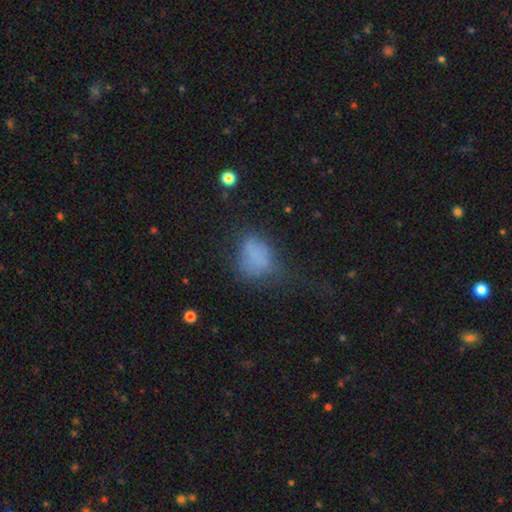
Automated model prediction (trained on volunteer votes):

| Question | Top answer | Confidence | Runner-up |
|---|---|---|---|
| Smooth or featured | smooth | 67% | featured or disk (17%) |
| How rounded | in between | 70% | round (27%) |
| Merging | none | 34% | tied: major disturbance (34%) |